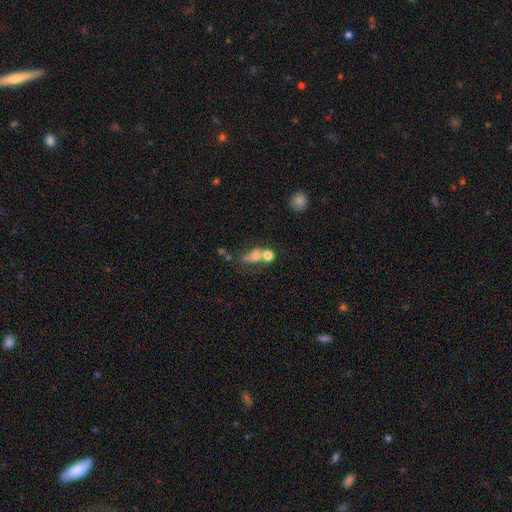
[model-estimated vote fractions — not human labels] The model was most divided on "how rounded": round: 61%, in between: 36%, cigar-shaped: 3%. More confident: smooth or featured — smooth (65%); merging — merger (56%).